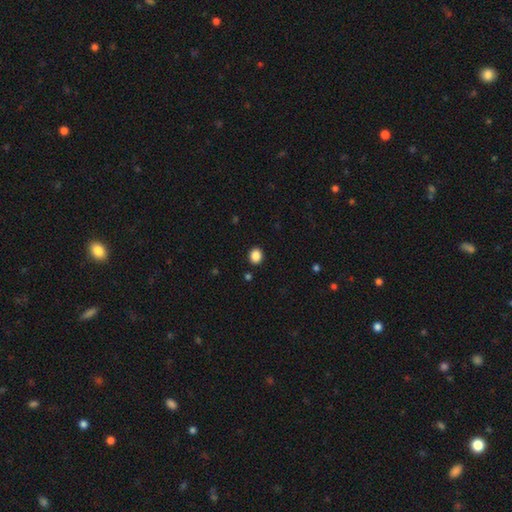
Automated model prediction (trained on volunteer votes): The model was most divided on "how rounded": round: 66%, in between: 33%, cigar-shaped: 1%. More confident: merging — none (91%); smooth or featured — smooth (87%).